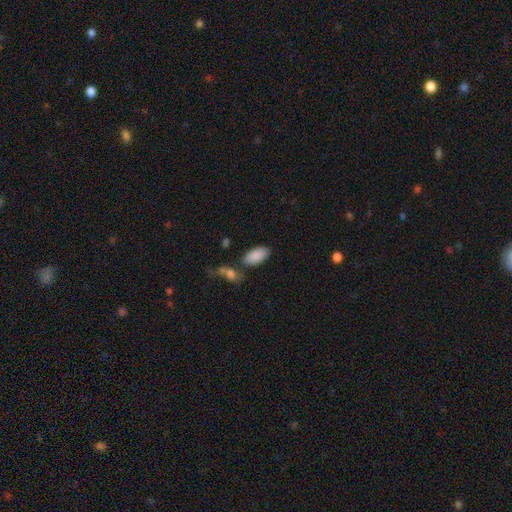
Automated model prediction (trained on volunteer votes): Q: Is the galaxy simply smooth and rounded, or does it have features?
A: smooth — 88%.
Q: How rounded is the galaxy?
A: in between — 94%.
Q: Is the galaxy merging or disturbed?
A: none — 70%.